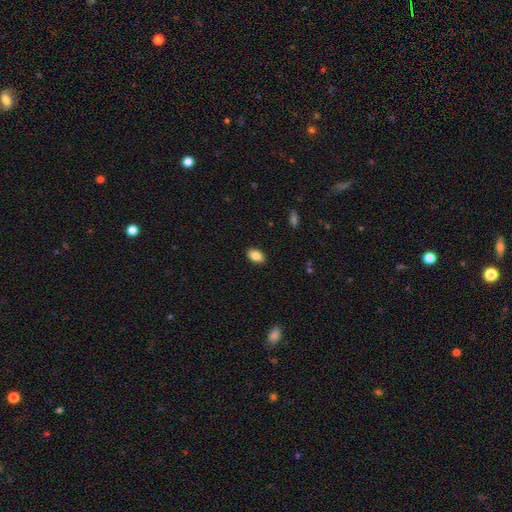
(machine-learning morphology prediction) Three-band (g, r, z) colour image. It shows a smooth galaxy with no disk features (86%) that is in between round and cigar-shaped (89%). Merging: none (89%).